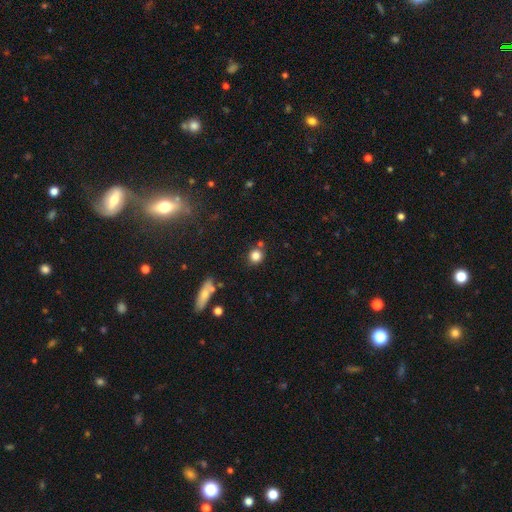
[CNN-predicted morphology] smooth_or_featured: smooth (p=0.82) [alt: star or artifact p=0.12]
how_rounded: round (p=0.88) [alt: in between p=0.11]
merging: none (p=0.77) [alt: merger p=0.10]